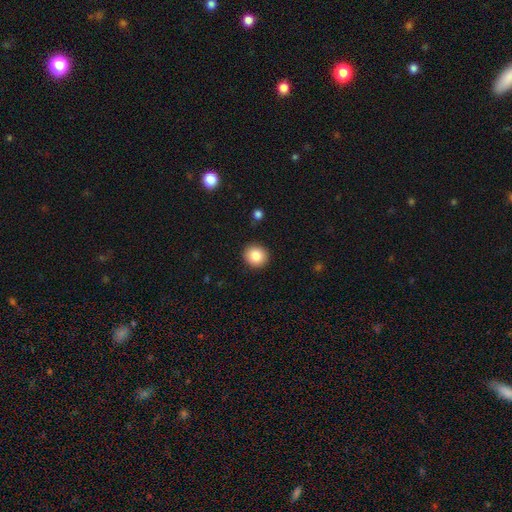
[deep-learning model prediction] Overall: smooth (85%). How rounded: round (89%). Merging: none (92%).